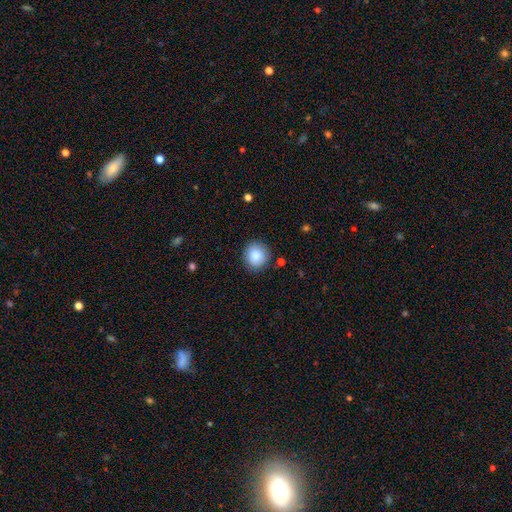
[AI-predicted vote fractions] This appears to be a smooth galaxy with no disk features (87%) that is round (89%). Merging: none (87%).